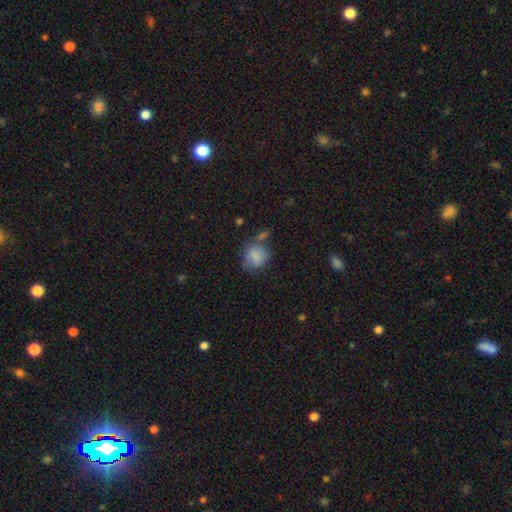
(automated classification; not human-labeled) Morphology: type=smooth (78%); roundness=round (69%); merging=none (50%).